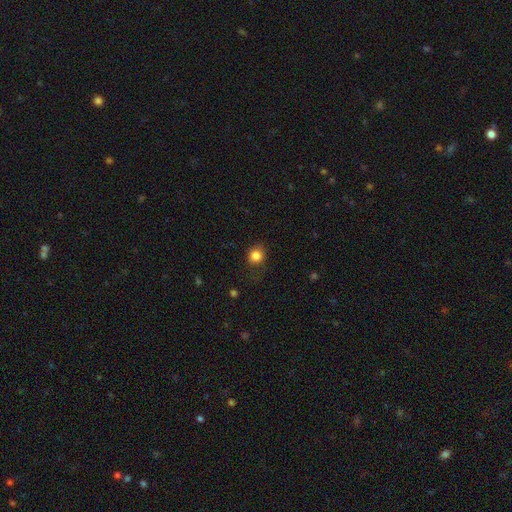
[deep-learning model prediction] A smooth galaxy with no disk features (84%) that is round (81%). Merging: none (75%).